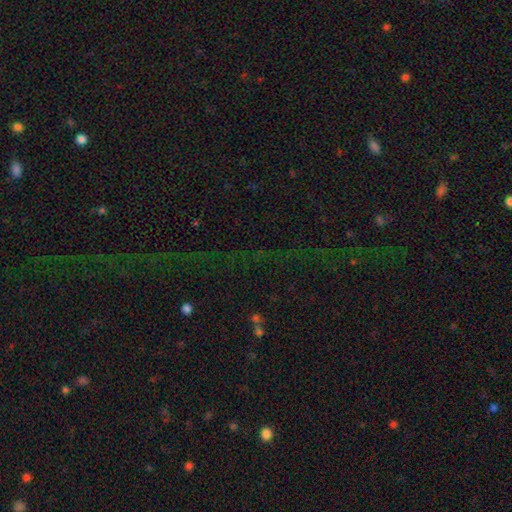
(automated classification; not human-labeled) Morphology: type=star or artifact (70%).